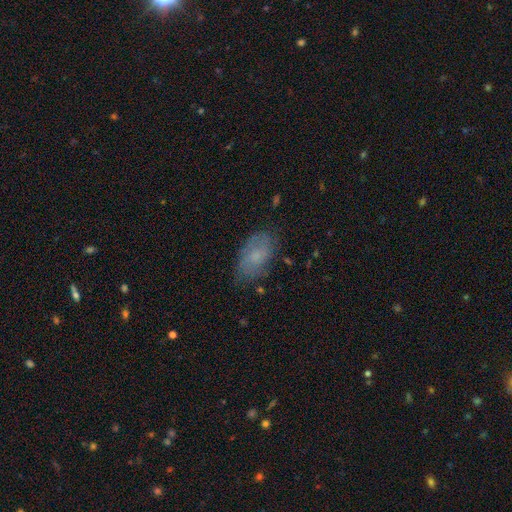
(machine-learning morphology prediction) A smooth galaxy with no disk features (59%) that is in between round and cigar-shaped (91%). Merging: none (72%).